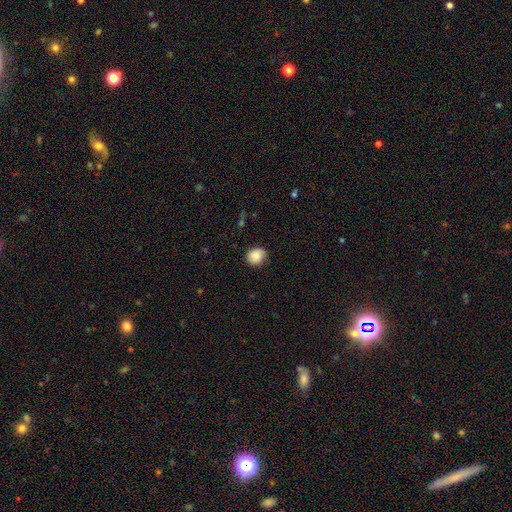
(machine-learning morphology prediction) smooth_or_featured: smooth (p=0.88) [alt: star or artifact p=0.08]
how_rounded: round (p=0.67) [alt: in between p=0.32]
merging: none (p=0.81) [alt: minor disturbance p=0.15]